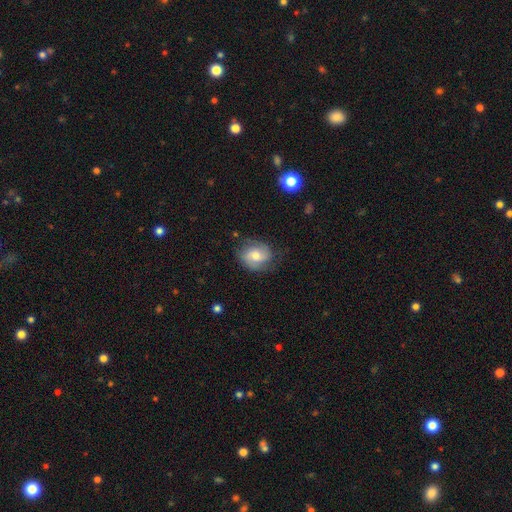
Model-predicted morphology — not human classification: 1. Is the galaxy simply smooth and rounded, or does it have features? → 54% featured or disk, 38% smooth, 8% star or artifact.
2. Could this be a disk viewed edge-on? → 97% no, 3% yes.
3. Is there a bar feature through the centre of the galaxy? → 51% no, 39% weak, 10% strong.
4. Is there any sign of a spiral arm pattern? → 85% yes, 15% no.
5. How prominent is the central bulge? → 63% moderate, 26% small, 7% large, 2% none, 1% dominant.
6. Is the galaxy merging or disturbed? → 67% none, 23% minor disturbance, 9% major disturbance, 1% merger.